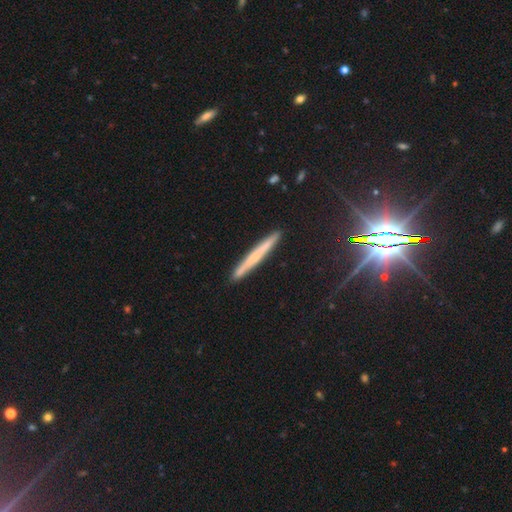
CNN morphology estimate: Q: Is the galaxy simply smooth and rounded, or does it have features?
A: smooth — 47%.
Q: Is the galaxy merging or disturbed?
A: none — 90%.